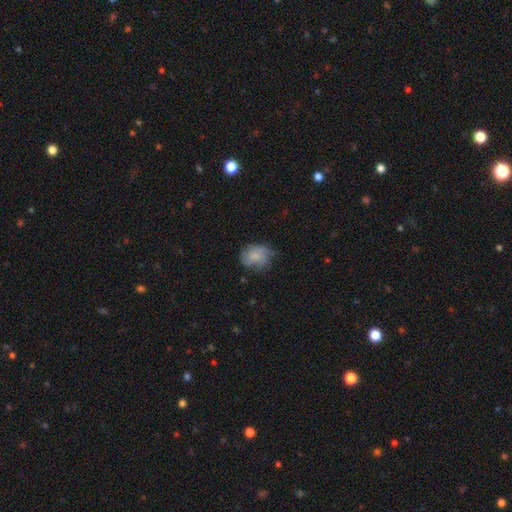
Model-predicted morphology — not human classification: This appears to be a smooth galaxy with no disk features (63%) that is round (52%). Merging: none (54%).